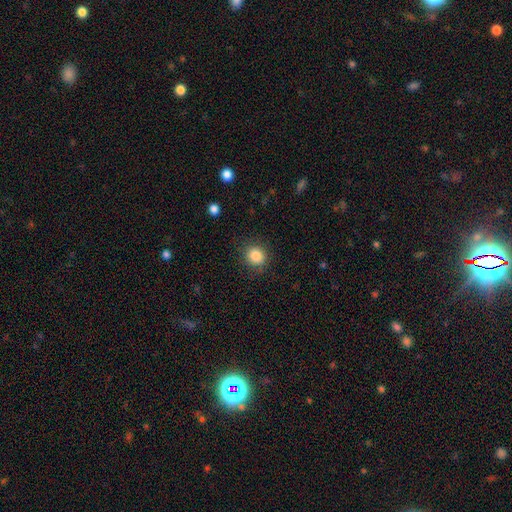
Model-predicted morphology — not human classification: smooth_or_featured: smooth (p=0.85) [alt: star or artifact p=0.10]
how_rounded: round (p=0.81) [alt: in between p=0.18]
merging: none (p=0.84) [alt: minor disturbance p=0.11]